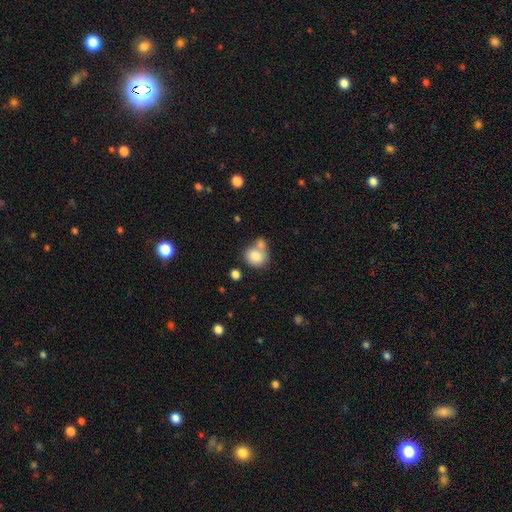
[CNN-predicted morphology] This is clearly a smooth galaxy (82%). How rounded: likely round (72%). Merging: possibly none (47%).